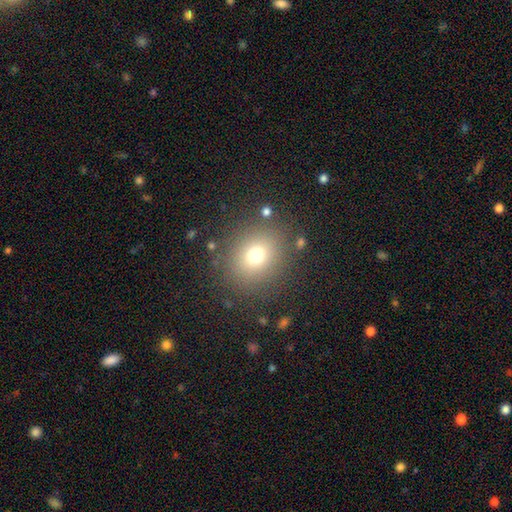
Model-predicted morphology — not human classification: type=smooth (72%); roundness=round (76%); merging=none (84%).